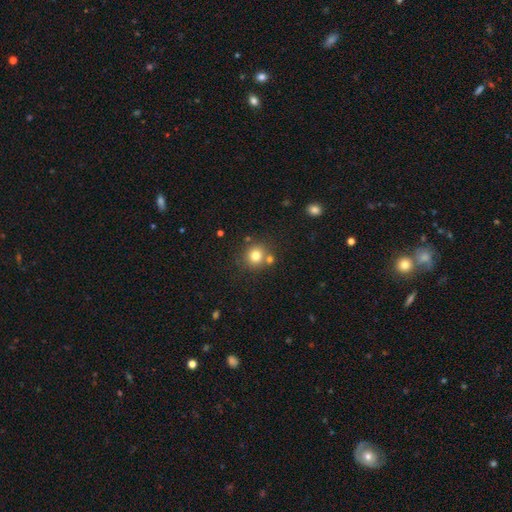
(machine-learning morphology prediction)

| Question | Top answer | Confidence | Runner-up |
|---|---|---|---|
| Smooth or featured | smooth | 78% | star or artifact (12%) |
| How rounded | round | 90% | in between (9%) |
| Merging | none | 71% | merger (17%) |